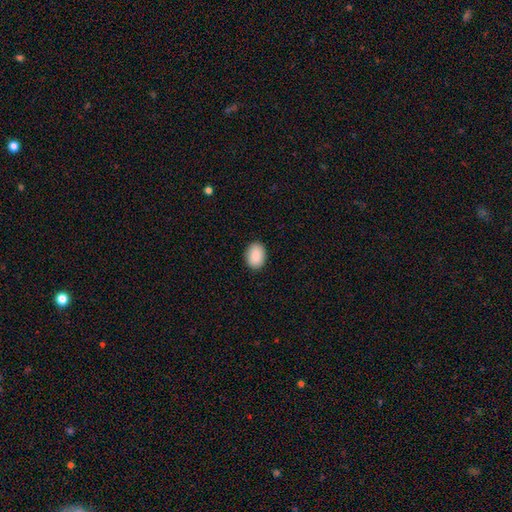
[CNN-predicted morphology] smooth-or-featured: smooth: 90% | star or artifact: 7% | featured or disk: 3%
  how-rounded: in between: 77% | round: 22% | cigar-shaped: 1%
  merging: none: 90% | minor disturbance: 7% | major disturbance: 2% | merger: 1%